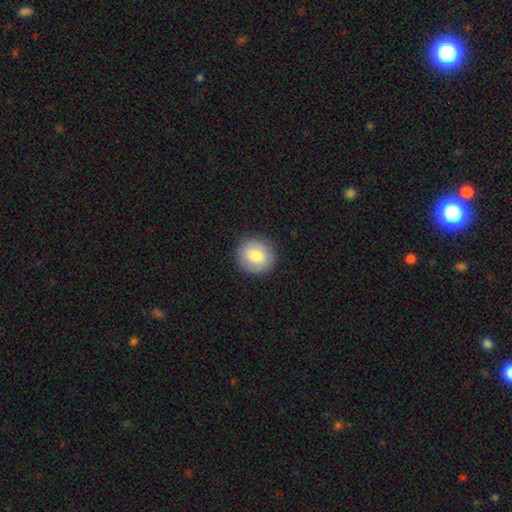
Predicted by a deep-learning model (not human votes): This appears to be a smooth galaxy with no disk features (78%) that is round (86%). Merging: none (89%).